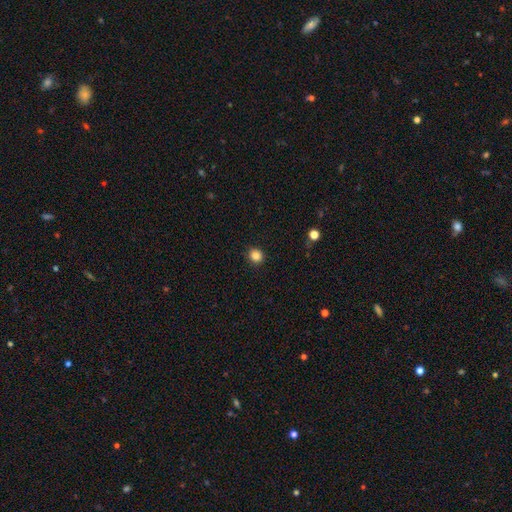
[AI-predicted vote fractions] smooth-or-featured: smooth: 85% | star or artifact: 12% | featured or disk: 3%
  how-rounded: round: 91% | in between: 8% | cigar-shaped: 1%
  merging: none: 92% | minor disturbance: 5% | major disturbance: 2% | merger: 1%